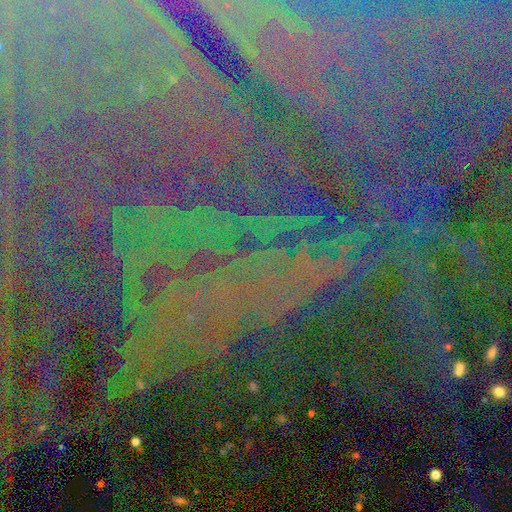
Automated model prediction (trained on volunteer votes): A star or artifact, not a galaxy (85%).